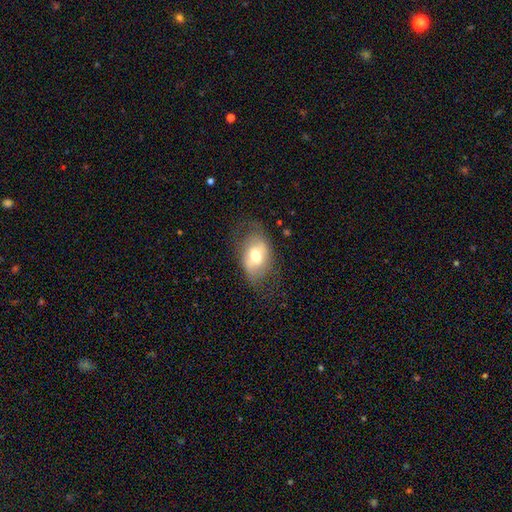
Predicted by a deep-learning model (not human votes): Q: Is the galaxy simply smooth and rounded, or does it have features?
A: smooth — 53%.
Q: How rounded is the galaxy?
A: in between — 84%.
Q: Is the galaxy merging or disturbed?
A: none — 63%.